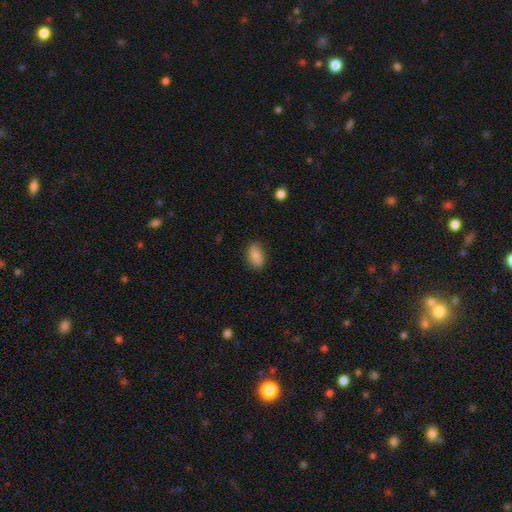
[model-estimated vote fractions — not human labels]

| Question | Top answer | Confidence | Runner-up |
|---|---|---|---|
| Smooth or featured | smooth | 79% | featured or disk (14%) |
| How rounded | in between | 88% | round (8%) |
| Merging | none | 77% | minor disturbance (18%) |